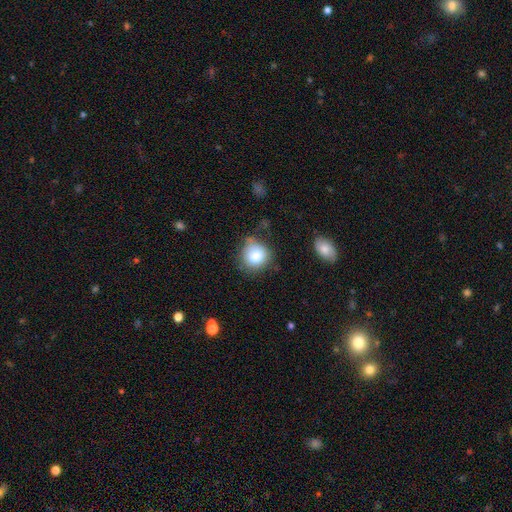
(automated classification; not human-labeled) Morphology: type=smooth (83%); roundness=round (84%); merging=none (66%).